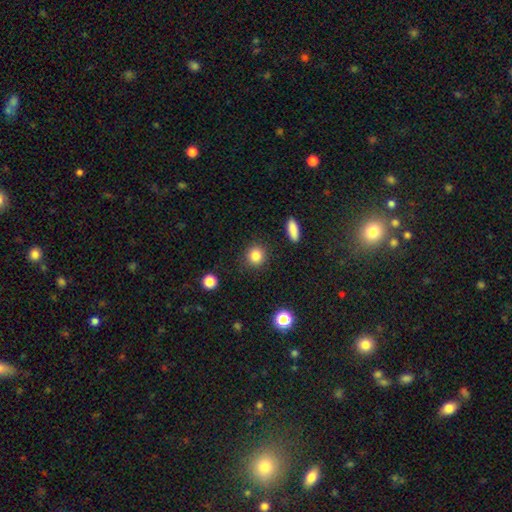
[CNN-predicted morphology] smooth-or-featured: smooth: 84% | star or artifact: 10% | featured or disk: 5%
  how-rounded: round: 87% | in between: 12% | cigar-shaped: 1%
  merging: none: 90% | minor disturbance: 6% | major disturbance: 2% | merger: 2%